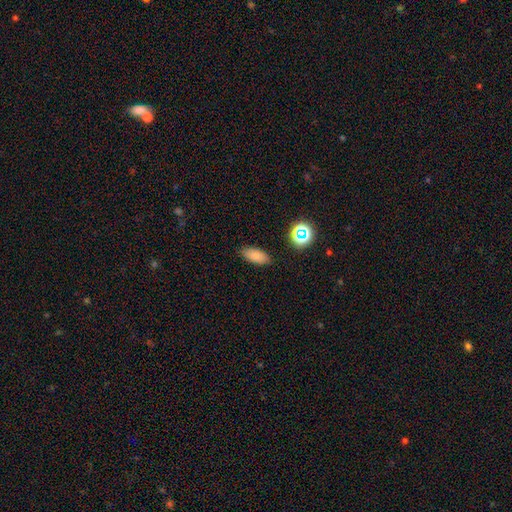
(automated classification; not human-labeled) smooth-or-featured: smooth: 81% | star or artifact: 12% | featured or disk: 7%
  how-rounded: in between: 86% | cigar-shaped: 10% | round: 4%
  merging: none: 87% | minor disturbance: 9% | major disturbance: 3% | merger: 1%